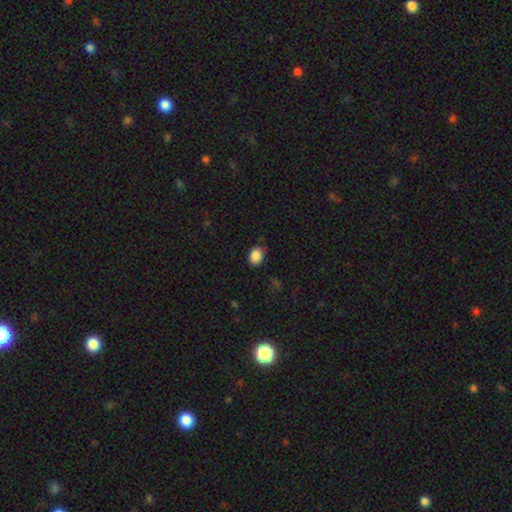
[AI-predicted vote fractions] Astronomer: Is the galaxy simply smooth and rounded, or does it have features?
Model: smooth — 88%.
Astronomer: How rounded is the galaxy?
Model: in between — 62%.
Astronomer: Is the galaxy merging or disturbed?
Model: none — 80%.